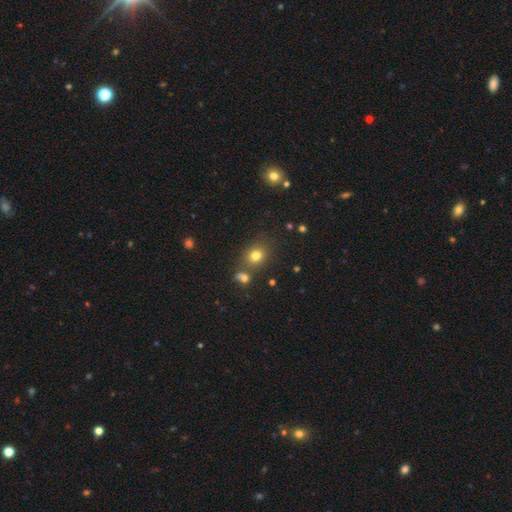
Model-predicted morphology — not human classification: This is likely a smooth galaxy (76%). How rounded: likely round (63%). Merging: likely none (71%).